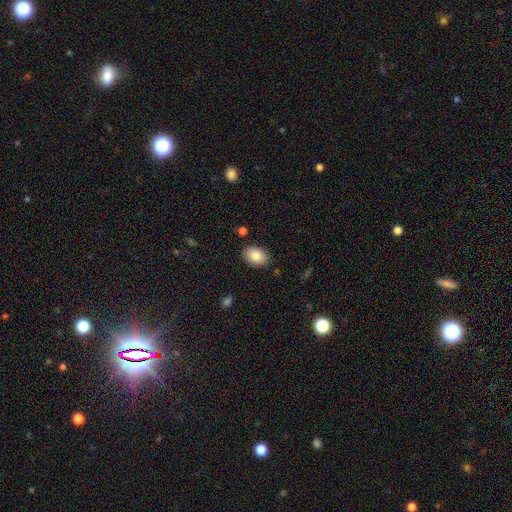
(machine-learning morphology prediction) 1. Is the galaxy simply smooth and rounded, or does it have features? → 84% smooth, 9% featured or disk, 7% star or artifact.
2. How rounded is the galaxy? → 84% in between, 15% round, 1% cigar-shaped.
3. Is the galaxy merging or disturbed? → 87% none, 9% minor disturbance, 2% major disturbance, 2% merger.